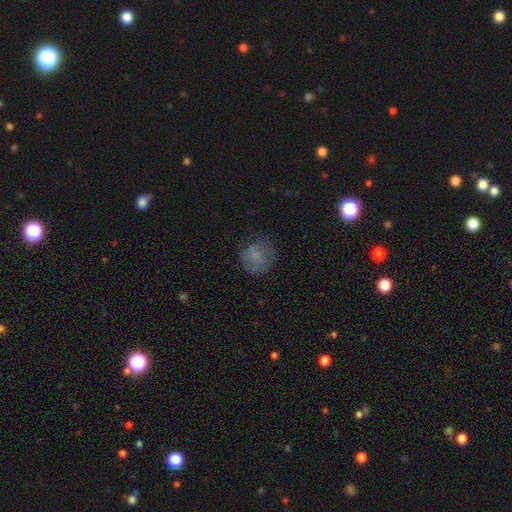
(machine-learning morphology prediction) This is likely a smooth galaxy (71%). How rounded: clearly round (81%). Merging: likely none (65%).